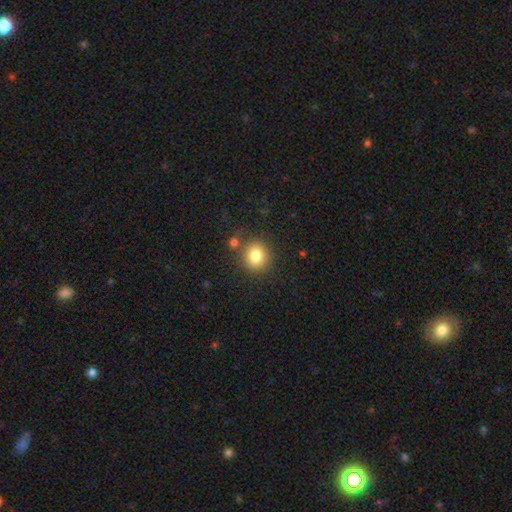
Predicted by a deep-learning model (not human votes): The model was most divided on "how rounded": round: 79%, in between: 20%, cigar-shaped: 1%. More confident: smooth or featured — smooth (83%); merging — none (80%).